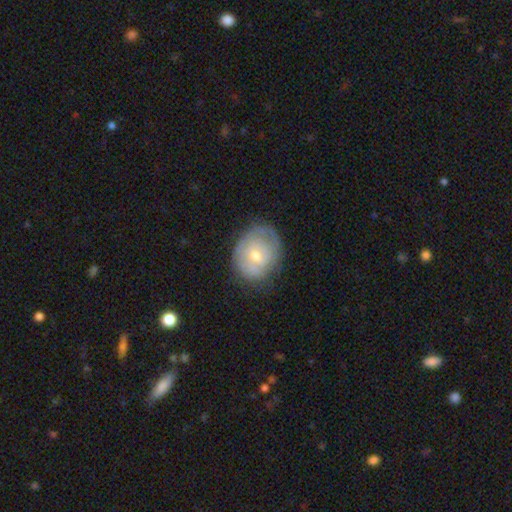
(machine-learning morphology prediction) smooth-or-featured: smooth: 50% | featured or disk: 43% | star or artifact: 7%
  merging: none: 59% | minor disturbance: 29% | major disturbance: 11% | merger: 2%